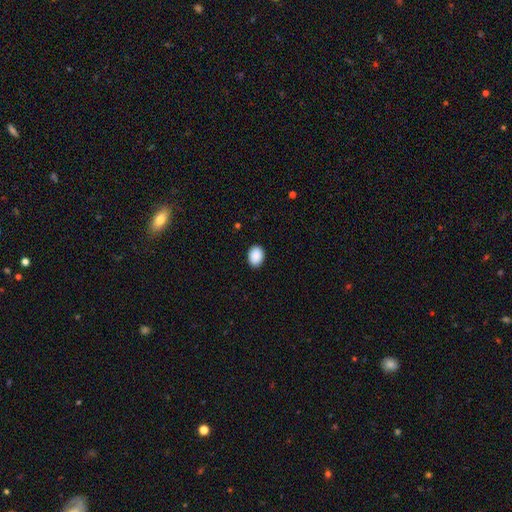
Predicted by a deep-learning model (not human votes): Smooth or featured? Predicted: smooth (p=0.91). How rounded? Predicted: in between (p=0.72). Merging? Predicted: none (p=0.90).